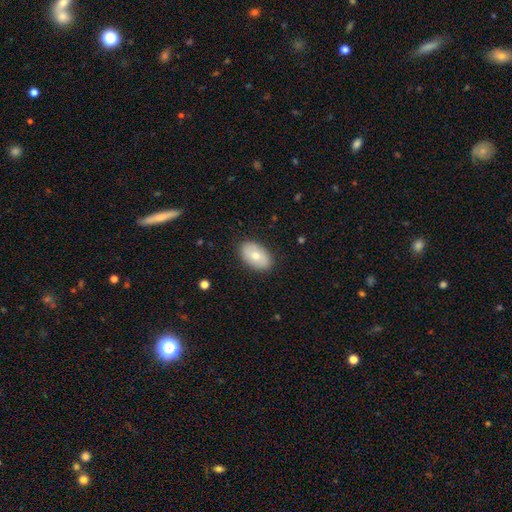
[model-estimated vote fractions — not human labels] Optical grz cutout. It shows a smooth galaxy with no disk features (72%) that is in between round and cigar-shaped (92%). Merging: none (86%).